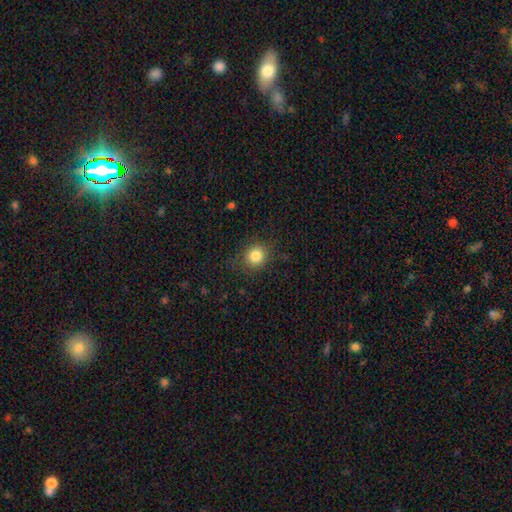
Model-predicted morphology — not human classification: Smooth or featured? smooth (83%)
How rounded? round (85%)
Merging? none (83%)